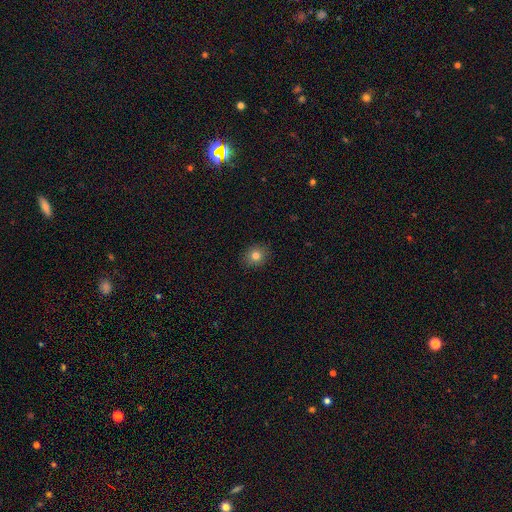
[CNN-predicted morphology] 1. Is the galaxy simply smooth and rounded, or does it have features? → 79% smooth, 12% star or artifact, 8% featured or disk.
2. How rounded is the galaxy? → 72% round, 27% in between, 1% cigar-shaped.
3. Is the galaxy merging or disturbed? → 90% none, 8% minor disturbance, 2% major disturbance, 1% merger.